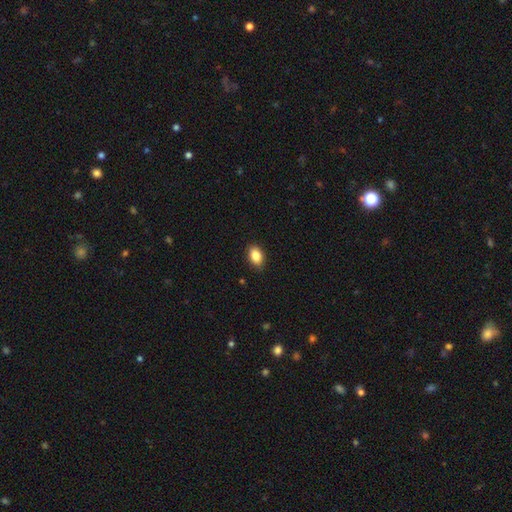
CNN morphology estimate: Q: Smooth or featured?
A: smooth (87%); runner-up: star or artifact (8%)
Q: How rounded?
A: in between (87%); runner-up: round (11%)
Q: Merging?
A: none (88%); runner-up: minor disturbance (9%)